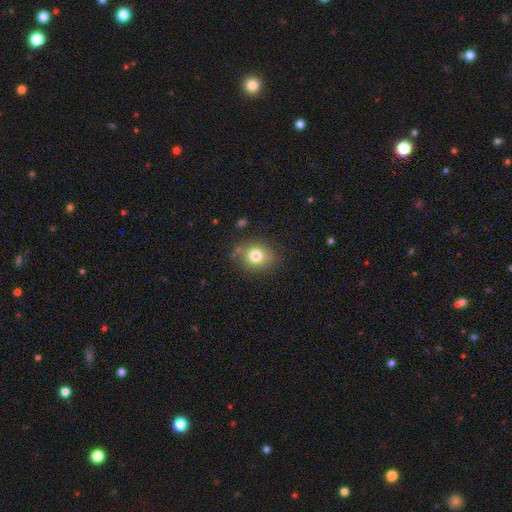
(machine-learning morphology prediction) Smooth or featured: smooth — 79% (star or artifact — 11%)
How rounded: round — 64% (in between — 35%)
Merging: none — 80% (minor disturbance — 13%)